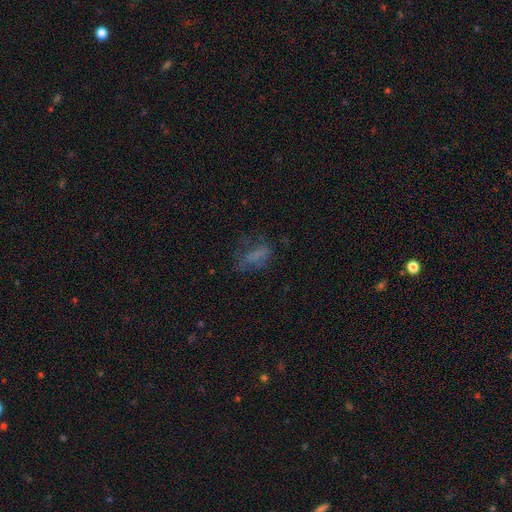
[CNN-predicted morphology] smooth 54%, featured or disk 25%, star or artifact 21%. Down the decision tree: how rounded — in between (74%); merging — none (44%).